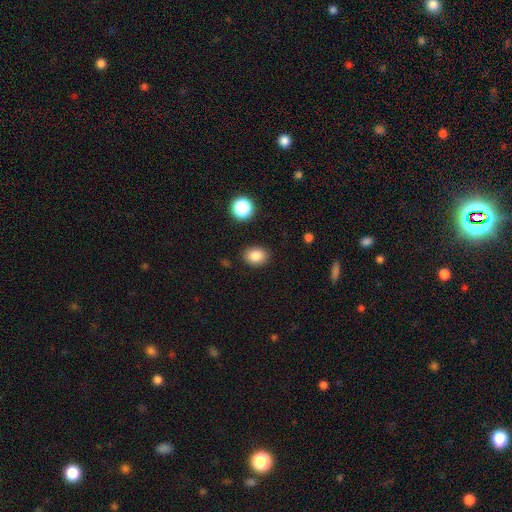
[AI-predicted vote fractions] A smooth galaxy with no disk features (84%) that is in between round and cigar-shaped (57%).

Vote fractions:
- Smooth or featured? smooth: 84% / star or artifact: 11% / featured or disk: 5%
- How rounded? in between: 57% / round: 42% / cigar-shaped: 1%
- Merging? none: 87% / minor disturbance: 9% / major disturbance: 2% / merger: 2%